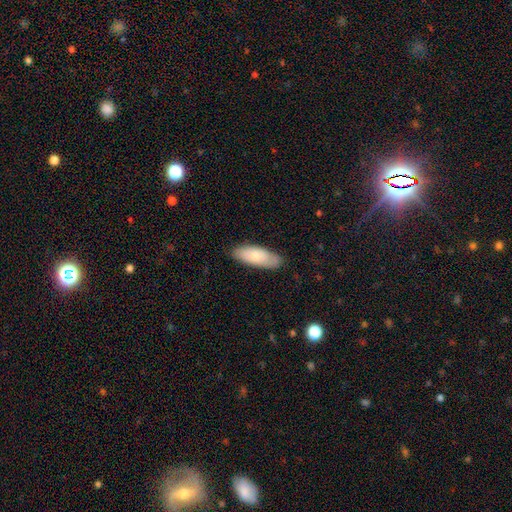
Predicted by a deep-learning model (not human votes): smooth-or-featured: smooth: 73% | featured or disk: 22% | star or artifact: 6%
  how-rounded: in between: 75% | cigar-shaped: 23% | round: 2%
  merging: none: 80% | minor disturbance: 16% | major disturbance: 3% | merger: 1%